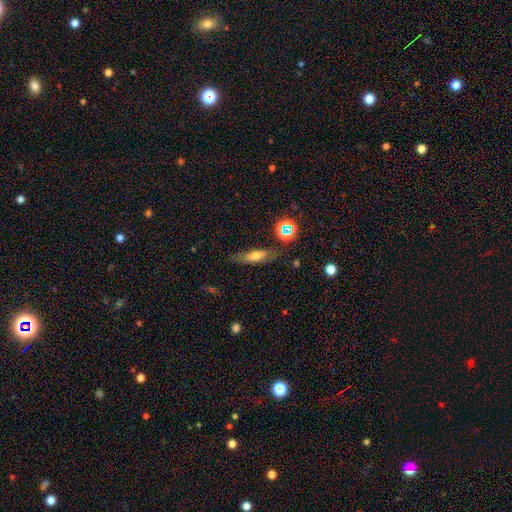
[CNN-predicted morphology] smooth-or-featured: smooth: 60% | featured or disk: 28% | star or artifact: 12%
  how-rounded: in between: 49% | cigar-shaped: 46% | round: 5%
  merging: none: 71% | minor disturbance: 20% | major disturbance: 6% | merger: 3%